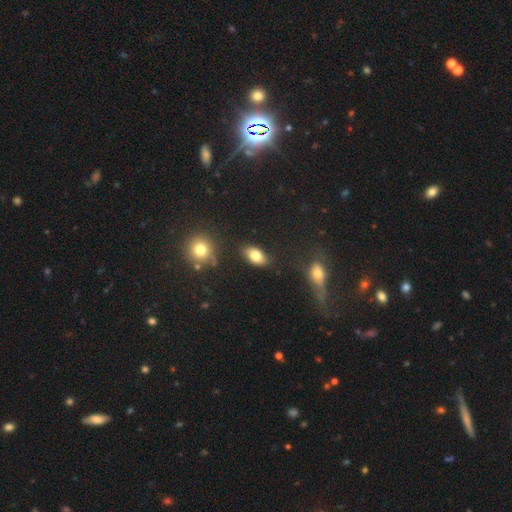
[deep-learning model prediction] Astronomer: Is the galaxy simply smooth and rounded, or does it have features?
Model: smooth — 80%.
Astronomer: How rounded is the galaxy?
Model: in between — 89%.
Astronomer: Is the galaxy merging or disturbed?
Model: none — 84%.